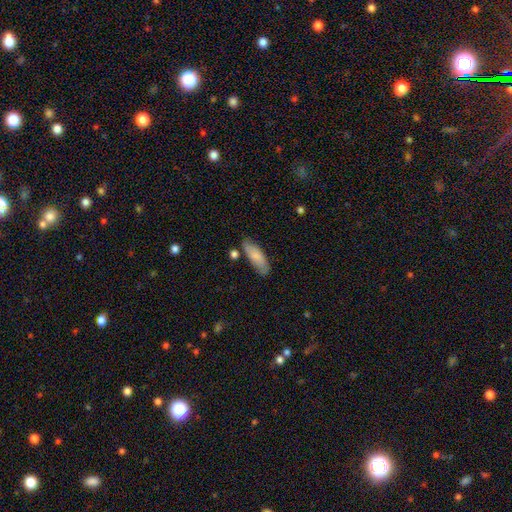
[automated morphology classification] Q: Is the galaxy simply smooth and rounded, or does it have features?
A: smooth — 81%.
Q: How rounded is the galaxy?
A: in between — 65%.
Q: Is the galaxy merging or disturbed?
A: none — 73%.